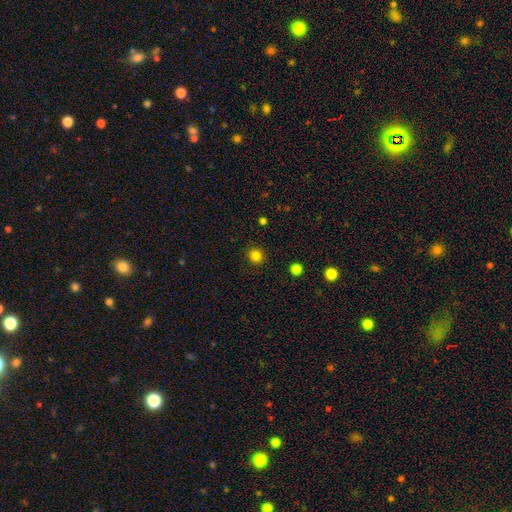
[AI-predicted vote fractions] Smooth or featured: smooth — 83% (star or artifact — 13%)
How rounded: round — 94% (in between — 5%)
Merging: none — 92% (minor disturbance — 5%)